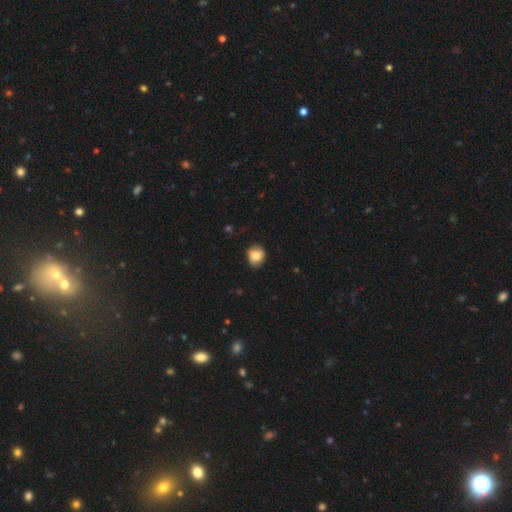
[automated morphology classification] smooth-or-featured: smooth: 76% | featured or disk: 16% | star or artifact: 8%
  how-rounded: round: 67% | in between: 32% | cigar-shaped: 1%
  merging: none: 81% | minor disturbance: 15% | major disturbance: 3% | merger: 1%